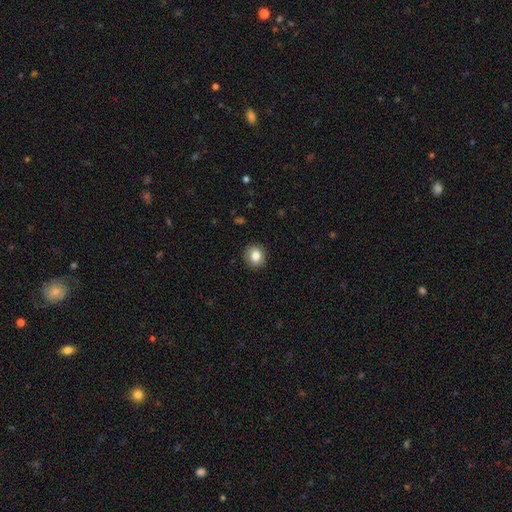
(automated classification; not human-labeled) The model was most divided on "how rounded": round: 78%, in between: 21%, cigar-shaped: 1%. More confident: merging — none (89%); smooth or featured — smooth (81%).